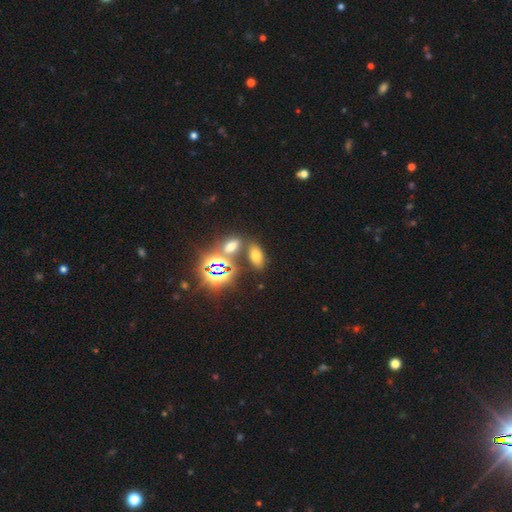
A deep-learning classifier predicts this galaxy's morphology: Q: Smooth or featured?
A: smooth (55%); runner-up: star or artifact (33%)
Q: How rounded?
A: in between (83%); runner-up: round (12%)
Q: Merging?
A: none (73%); runner-up: merger (14%)